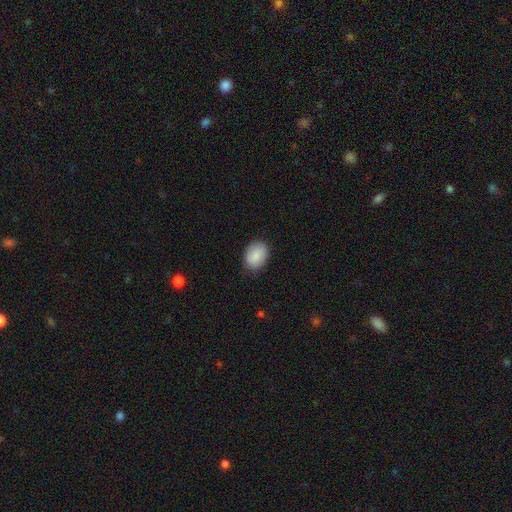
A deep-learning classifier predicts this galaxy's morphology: smooth-or-featured: smooth: 86% | featured or disk: 7% | star or artifact: 7%
  how-rounded: in between: 73% | round: 26% | cigar-shaped: 1%
  merging: none: 83% | minor disturbance: 13% | major disturbance: 3% | merger: 1%